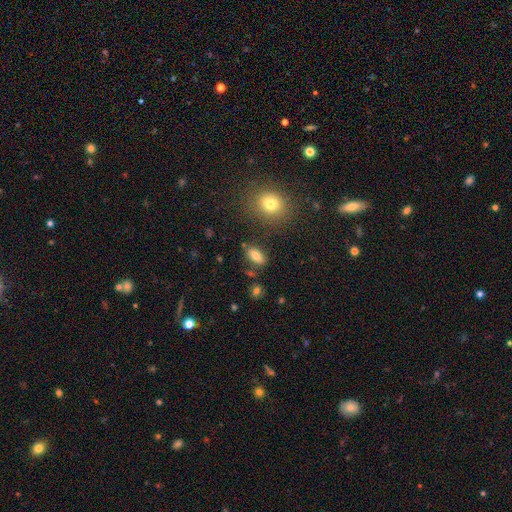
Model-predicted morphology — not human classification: A smooth galaxy with no disk features (77%) that is in between round and cigar-shaped (89%).

Vote fractions:
- Smooth or featured? smooth: 77% / featured or disk: 13% / star or artifact: 10%
- How rounded? in between: 89% / round: 7% / cigar-shaped: 4%
- Merging? none: 80% / minor disturbance: 11% / merger: 5% / major disturbance: 3%